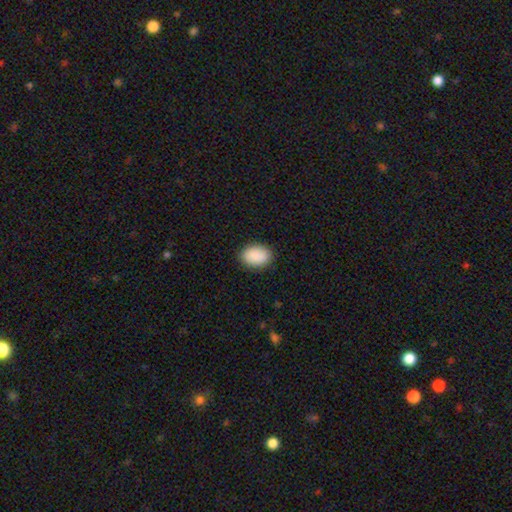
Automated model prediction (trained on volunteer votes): Smooth or featured?
  - smooth: 90% *
  - star or artifact: 6%
  - featured or disk: 3%
How rounded?
  - in between: 84% *
  - round: 15%
  - cigar-shaped: 1%
Merging?
  - none: 89% *
  - minor disturbance: 8%
  - major disturbance: 2%
  - merger: 1%